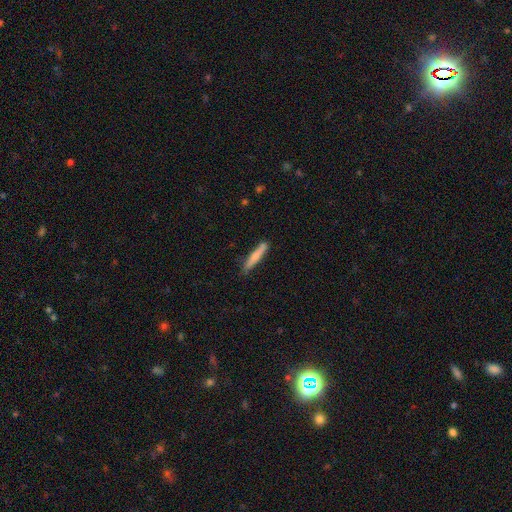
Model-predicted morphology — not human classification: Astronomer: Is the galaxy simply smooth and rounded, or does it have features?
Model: smooth — 70%.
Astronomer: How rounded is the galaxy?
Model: cigar-shaped — 93%.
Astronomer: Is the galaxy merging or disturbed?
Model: none — 80%.